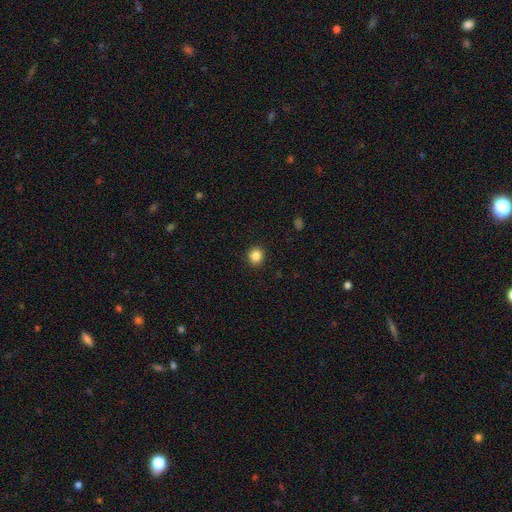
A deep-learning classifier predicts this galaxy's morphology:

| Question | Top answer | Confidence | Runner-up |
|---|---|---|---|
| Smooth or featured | smooth | 85% | star or artifact (11%) |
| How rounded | round | 87% | in between (12%) |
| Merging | none | 92% | minor disturbance (6%) |